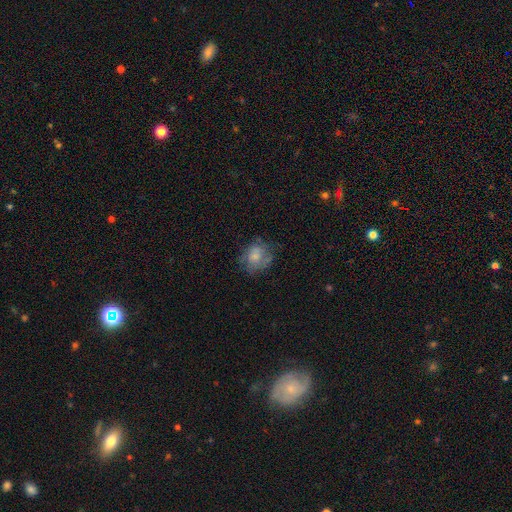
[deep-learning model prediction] Smooth or featured? Predicted: smooth (p=0.63). How rounded? Predicted: round (p=0.64). Merging? Predicted: none (p=0.56).